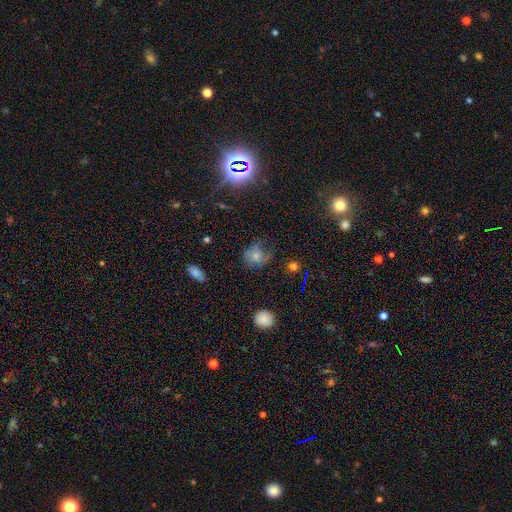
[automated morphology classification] This appears to be a smooth galaxy with no disk features (58%) that is round (69%). Merging: none (42%).